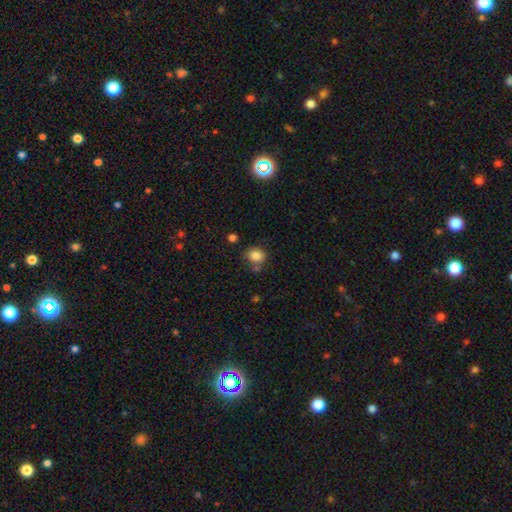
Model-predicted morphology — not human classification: type=smooth (84%); roundness=round (69%); merging=none (69%).